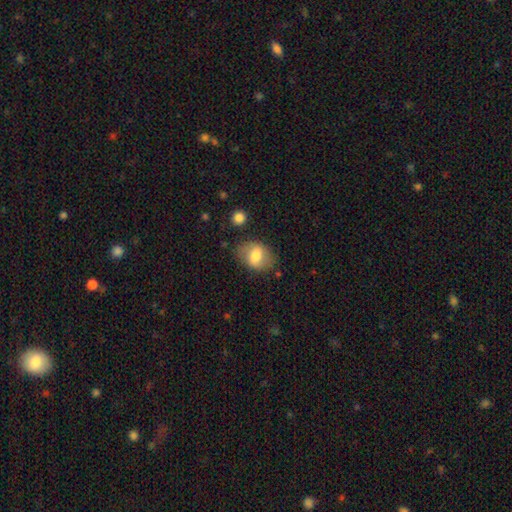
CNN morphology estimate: The model was most divided on "smooth or featured": smooth: 68%, featured or disk: 25%, star or artifact: 7%. More confident: merging — none (72%); how rounded — in between (71%).